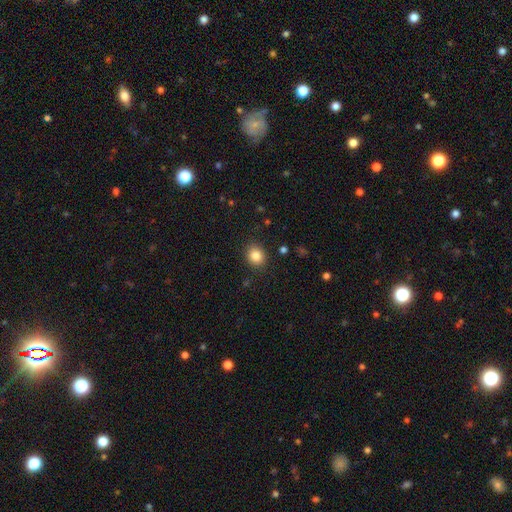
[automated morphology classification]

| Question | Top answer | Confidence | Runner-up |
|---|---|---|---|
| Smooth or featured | smooth | 85% | star or artifact (10%) |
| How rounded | round | 68% | in between (31%) |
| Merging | none | 88% | minor disturbance (8%) |